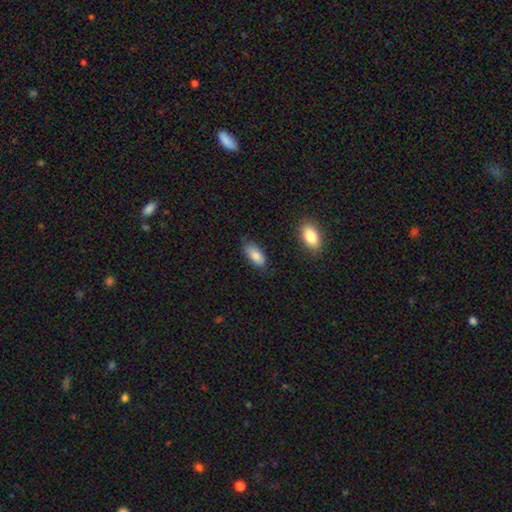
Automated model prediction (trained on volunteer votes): A smooth galaxy with no disk features (85%) that is in between round and cigar-shaped (89%). Merging: none (71%).